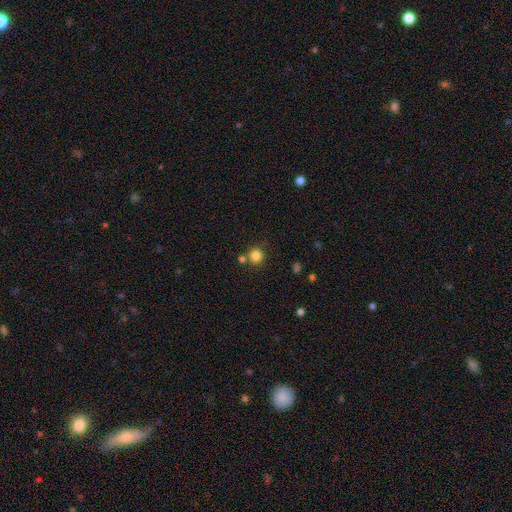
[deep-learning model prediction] Overall: smooth (83%). How rounded: round (92%). Merging: none (75%).